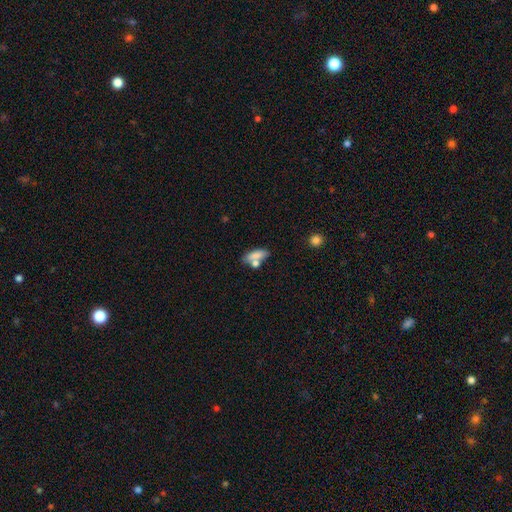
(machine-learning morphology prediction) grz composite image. It shows a smooth galaxy with no disk features (77%) that is in between round and cigar-shaped (67%). Merging: none (55%).